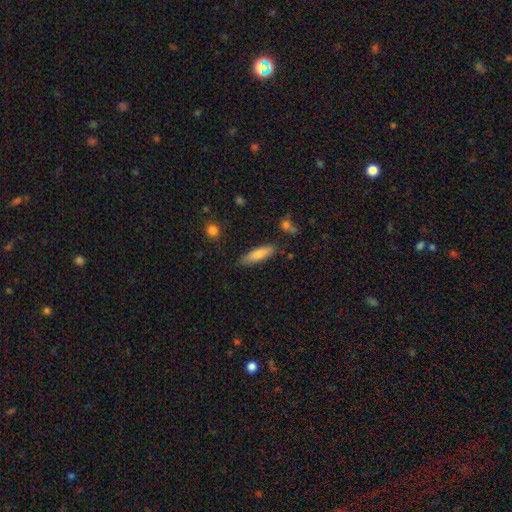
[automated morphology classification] smooth-or-featured: smooth: 73% | featured or disk: 20% | star or artifact: 7%
  how-rounded: cigar-shaped: 71% | in between: 27% | round: 2%
  merging: none: 82% | minor disturbance: 12% | merger: 3% | major disturbance: 3%